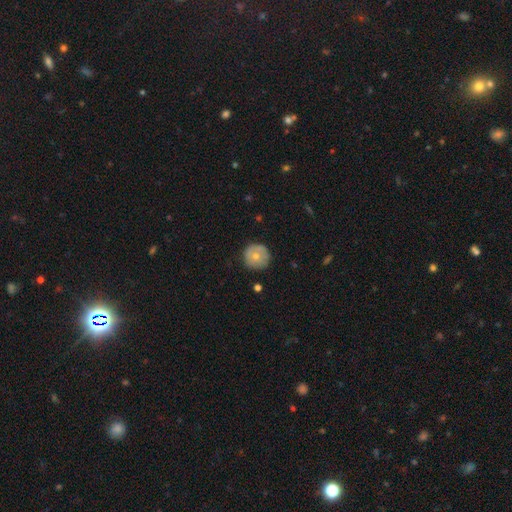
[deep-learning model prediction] Smooth or featured? smooth (62%)
How rounded? round (95%)
Merging? none (81%)